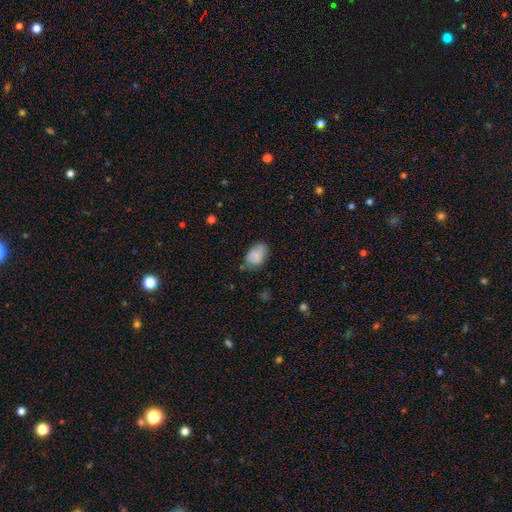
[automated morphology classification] A smooth galaxy with no disk features (81%) that is in between round and cigar-shaped (87%). Merging: none (66%).